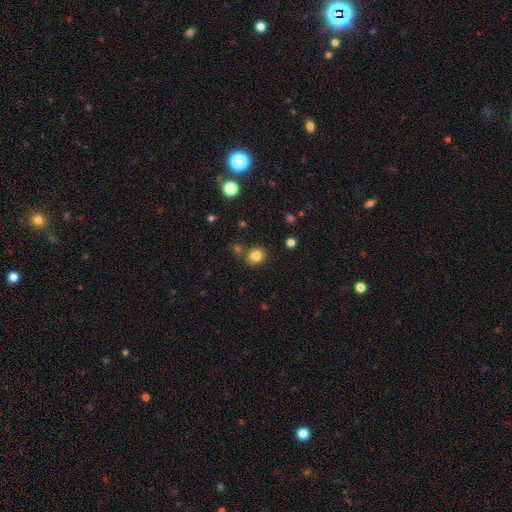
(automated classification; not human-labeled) Smooth or featured? Predicted: smooth (p=0.82). How rounded? Predicted: round (p=0.78). Merging? Predicted: none (p=0.79).